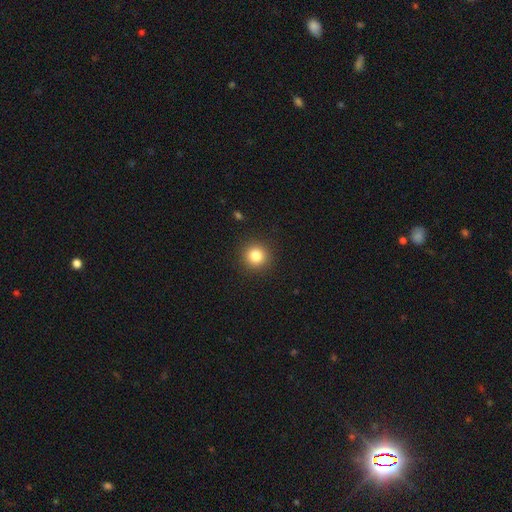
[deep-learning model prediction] Overall: smooth (82%). How rounded: round (94%). Merging: none (91%).